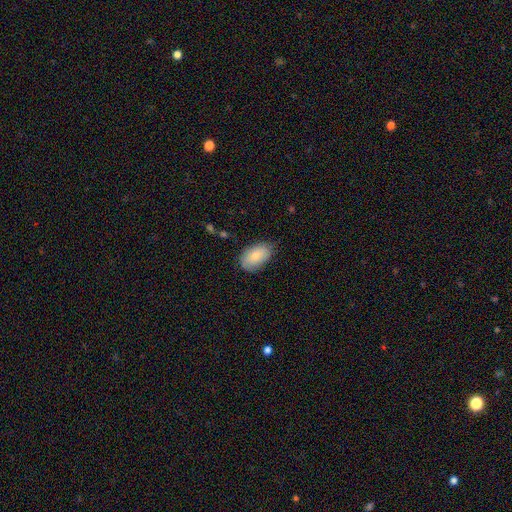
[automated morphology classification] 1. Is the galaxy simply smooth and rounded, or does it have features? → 83% smooth, 11% featured or disk, 6% star or artifact.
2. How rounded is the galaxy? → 93% in between, 5% round, 1% cigar-shaped.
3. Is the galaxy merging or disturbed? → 74% none, 21% minor disturbance, 4% major disturbance, 1% merger.